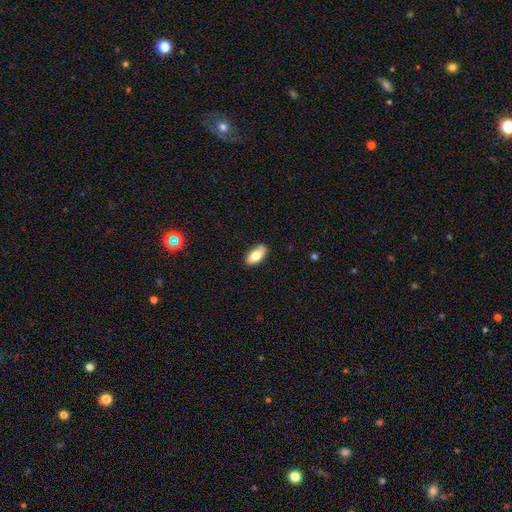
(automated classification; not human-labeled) Smooth or featured? smooth (75%)
How rounded? in between (91%)
Merging? none (80%)